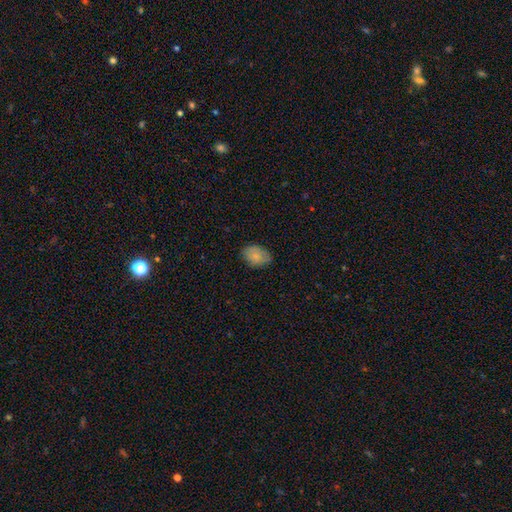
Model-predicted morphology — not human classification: A smooth galaxy with no disk features (82%) that is in between round and cigar-shaped (84%).

Vote fractions:
- Smooth or featured? smooth: 82% / featured or disk: 11% / star or artifact: 8%
- How rounded? in between: 84% / round: 15% / cigar-shaped: 1%
- Merging? none: 76% / minor disturbance: 19% / major disturbance: 3% / merger: 1%